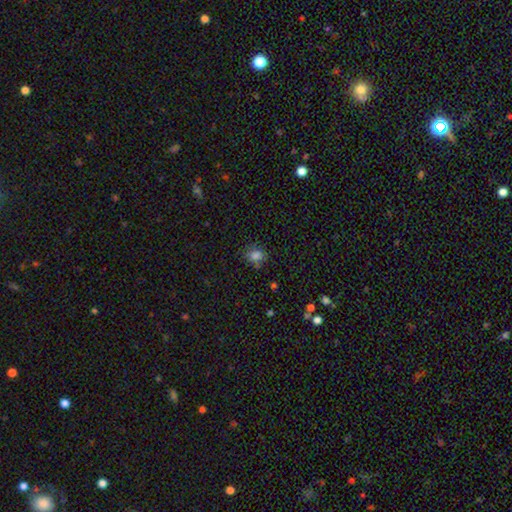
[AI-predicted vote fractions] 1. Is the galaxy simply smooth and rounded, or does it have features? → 80% smooth, 14% star or artifact, 6% featured or disk.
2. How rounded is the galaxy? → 55% in between, 44% round, 1% cigar-shaped.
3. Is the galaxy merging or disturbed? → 74% none, 18% minor disturbance, 5% major disturbance, 4% merger.